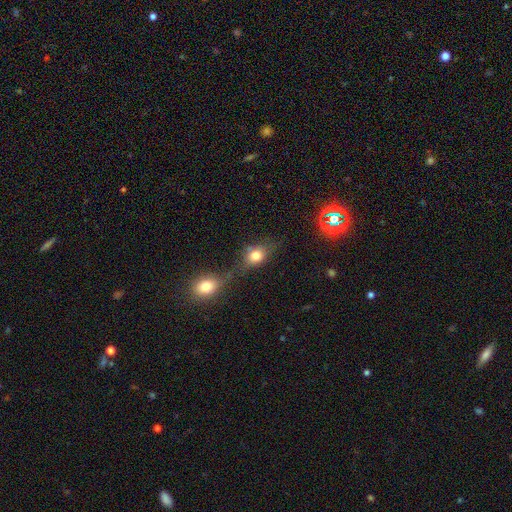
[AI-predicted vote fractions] smooth 73%, featured or disk 14%, star or artifact 13%. Down the decision tree: how rounded — round (50%); merging — none (41%).